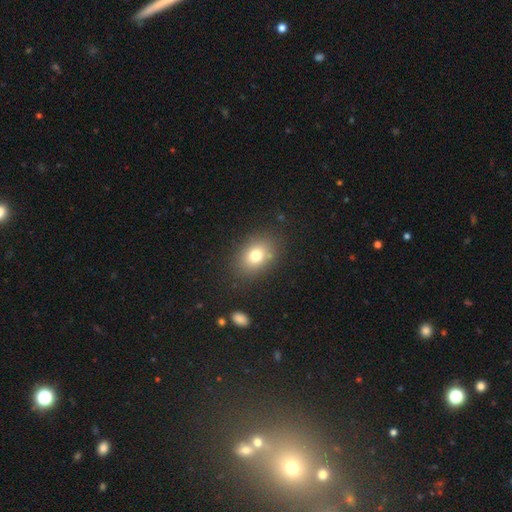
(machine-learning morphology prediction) smooth-or-featured: smooth: 76% | featured or disk: 12% | star or artifact: 11%
  how-rounded: in between: 71% | round: 28% | cigar-shaped: 1%
  merging: none: 82% | minor disturbance: 11% | major disturbance: 4% | merger: 3%